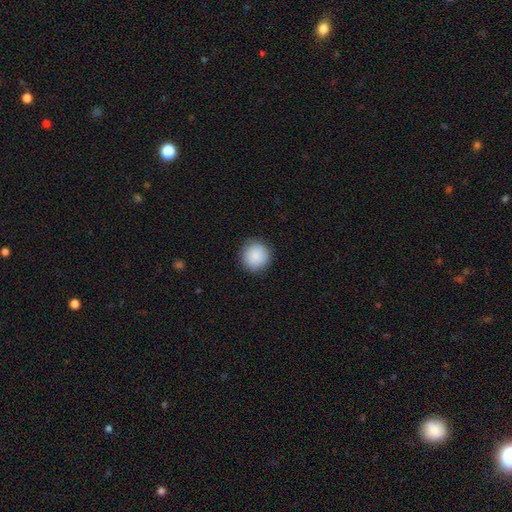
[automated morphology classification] Smooth or featured: smooth — 90% (star or artifact — 7%)
How rounded: round — 93% (in between — 6%)
Merging: none — 90% (minor disturbance — 7%)